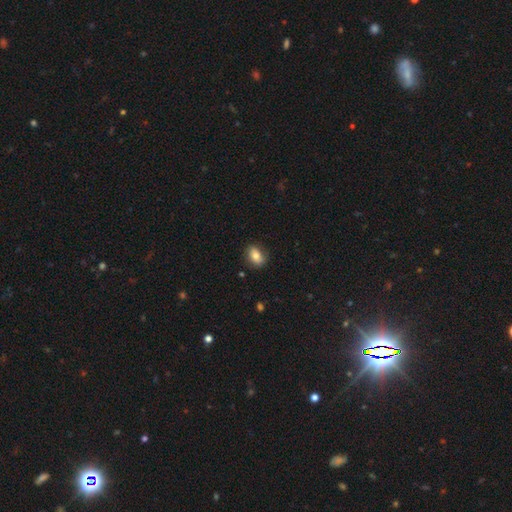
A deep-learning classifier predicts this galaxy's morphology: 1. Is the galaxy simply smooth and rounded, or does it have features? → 77% smooth, 14% featured or disk, 9% star or artifact.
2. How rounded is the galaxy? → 78% in between, 20% round, 2% cigar-shaped.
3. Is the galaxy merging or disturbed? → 80% none, 16% minor disturbance, 3% major disturbance, 1% merger.